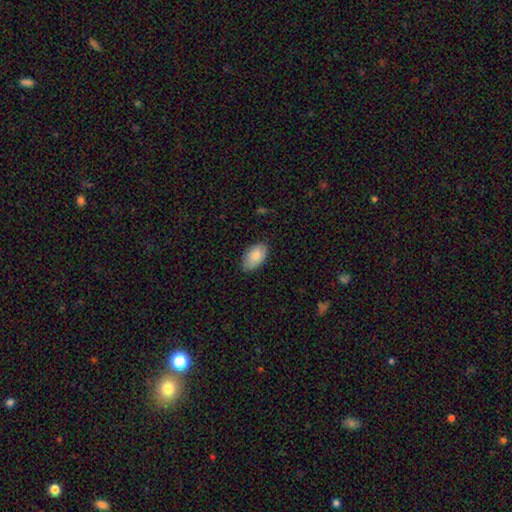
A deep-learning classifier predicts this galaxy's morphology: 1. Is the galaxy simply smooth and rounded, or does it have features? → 84% smooth, 9% featured or disk, 6% star or artifact.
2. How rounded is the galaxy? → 94% in between, 5% round, 2% cigar-shaped.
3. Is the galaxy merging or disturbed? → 79% none, 17% minor disturbance, 3% major disturbance, 1% merger.